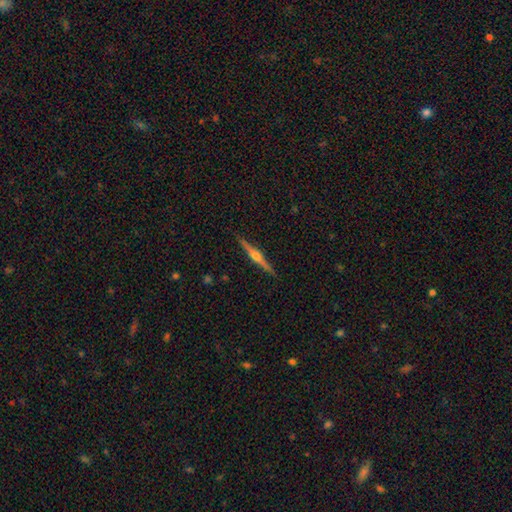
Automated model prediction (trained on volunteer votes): Smooth or featured? featured or disk (79%)
Edge-on disk? yes (98%)
Edge-on bulge? rounded (92%)
Merging? none (92%)